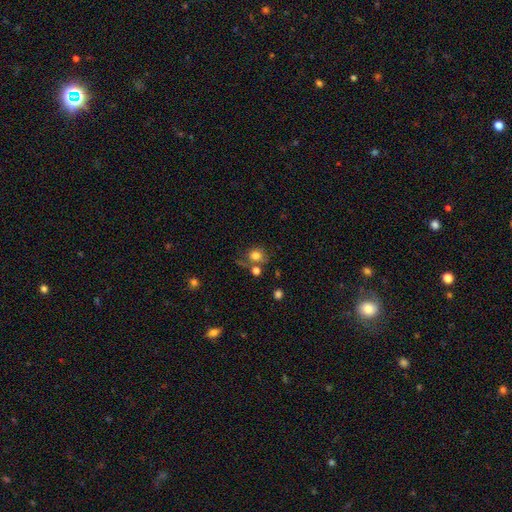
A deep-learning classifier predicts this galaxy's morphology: This appears to be a smooth galaxy with no disk features (76%) that is round (72%). Merging: none (49%).